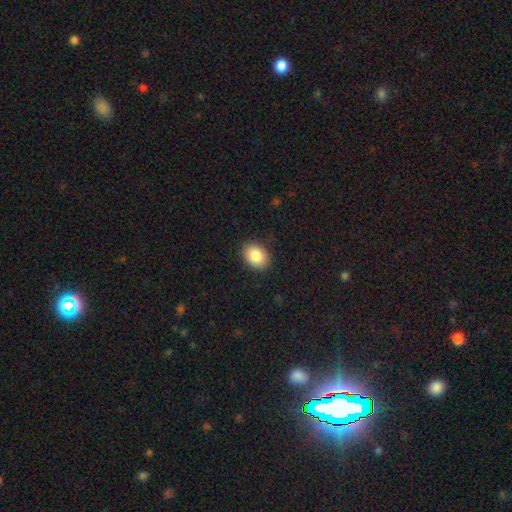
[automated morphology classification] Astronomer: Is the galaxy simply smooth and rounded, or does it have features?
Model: smooth — 86%.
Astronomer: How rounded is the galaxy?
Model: in between — 67%.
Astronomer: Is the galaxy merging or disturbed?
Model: none — 89%.